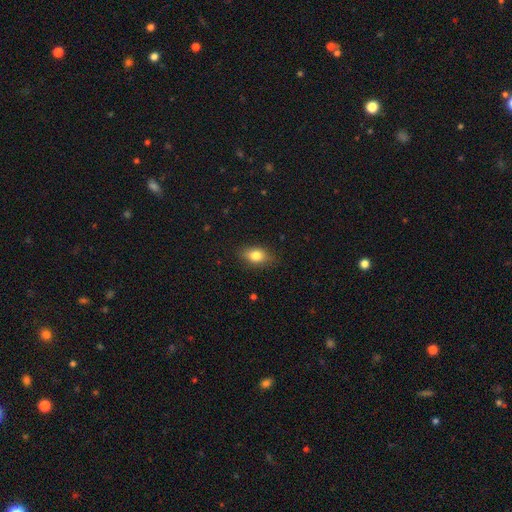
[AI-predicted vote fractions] Q: Smooth or featured?
A: smooth (81%); runner-up: featured or disk (10%)
Q: How rounded?
A: in between (80%); runner-up: round (17%)
Q: Merging?
A: none (84%); runner-up: minor disturbance (13%)